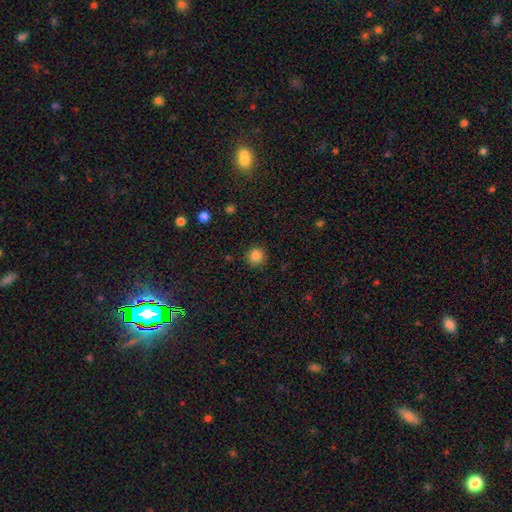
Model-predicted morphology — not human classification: smooth-or-featured: smooth: 86% | star or artifact: 11% | featured or disk: 3%
  how-rounded: round: 94% | in between: 5% | cigar-shaped: 1%
  merging: none: 91% | minor disturbance: 6% | major disturbance: 2% | merger: 1%